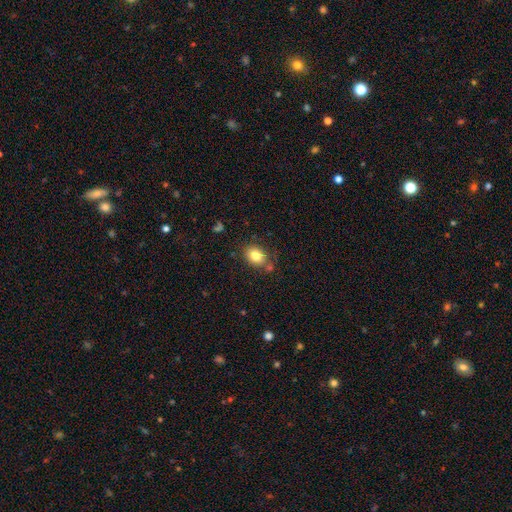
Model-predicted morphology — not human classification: A smooth galaxy with no disk features (82%) that is in between round and cigar-shaped (60%).

Vote fractions:
- Smooth or featured? smooth: 82% / star or artifact: 10% / featured or disk: 8%
- How rounded? in between: 60% / round: 39% / cigar-shaped: 1%
- Merging? none: 74% / minor disturbance: 15% / merger: 7% / major disturbance: 4%